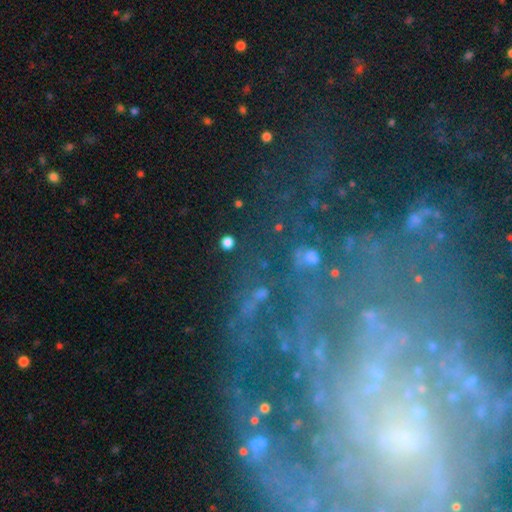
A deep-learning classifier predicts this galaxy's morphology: smooth_or_featured: featured or disk (p=0.65) [alt: star or artifact p=0.23]
disk_edge_on: no (p=0.95) [alt: yes p=0.05]
bar: no (p=0.53) [alt: weak p=0.27]
has_spiral_arms: yes (p=0.84) [alt: no p=0.16]
spiral_winding: tight (p=0.63) [alt: medium p=0.25]
spiral_arm_count: can't tell (p=0.31) [alt: 2 p=0.19]
bulge_size: small (p=0.61) [alt: none p=0.17]
merging: none (p=0.62) [alt: minor disturbance p=0.17]